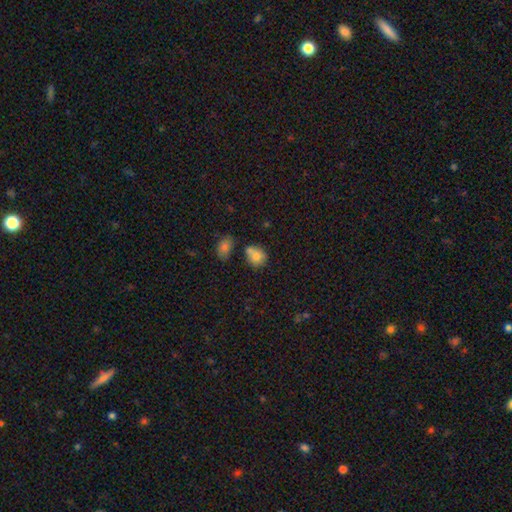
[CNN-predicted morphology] Smooth or featured?
  - smooth: 77% *
  - featured or disk: 13%
  - star or artifact: 10%
How rounded?
  - round: 65% *
  - in between: 34%
  - cigar-shaped: 1%
Merging?
  - none: 48% *
  - merger: 28%
  - minor disturbance: 18%
  - major disturbance: 5%